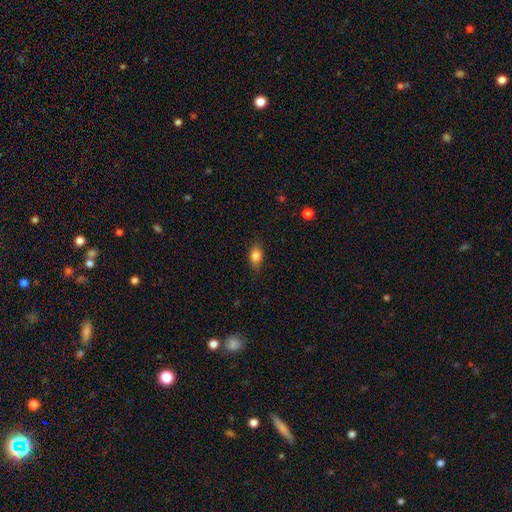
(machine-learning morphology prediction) Q: Smooth or featured?
A: smooth (81%); runner-up: featured or disk (10%)
Q: How rounded?
A: in between (78%); runner-up: round (17%)
Q: Merging?
A: none (83%); runner-up: minor disturbance (14%)